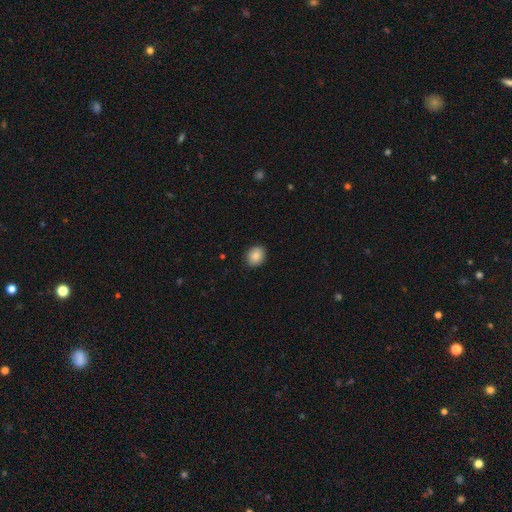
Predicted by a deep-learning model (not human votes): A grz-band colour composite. It shows a smooth galaxy with no disk features (88%) that is round (57%). Merging: none (89%).